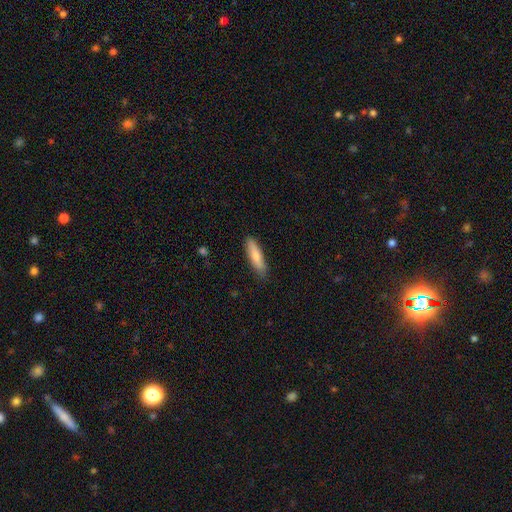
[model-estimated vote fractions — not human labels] Smooth or featured? smooth (79%)
How rounded? cigar-shaped (72%)
Merging? none (85%)